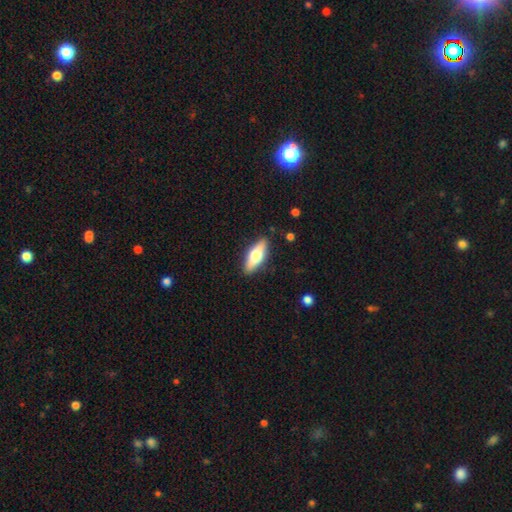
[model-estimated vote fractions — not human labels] Smooth or featured? Predicted: smooth (p=0.52). How rounded? Predicted: in between (p=0.61). Merging? Predicted: none (p=0.88).